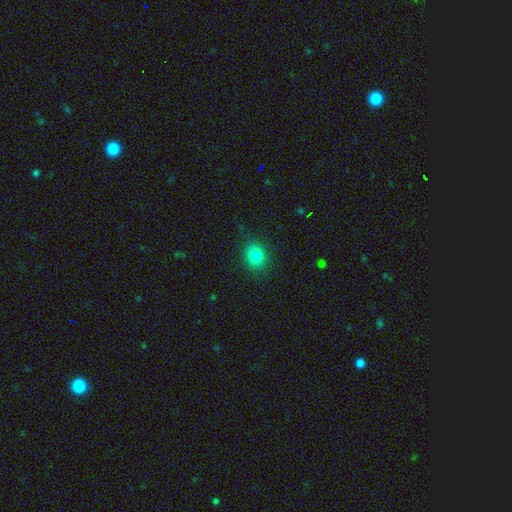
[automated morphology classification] A smooth galaxy with no disk features (83%) that is round (64%).

Vote fractions:
- Smooth or featured? smooth: 83% / star or artifact: 11% / featured or disk: 6%
- How rounded? round: 64% / in between: 35% / cigar-shaped: 1%
- Merging? none: 87% / minor disturbance: 9% / major disturbance: 3% / merger: 1%